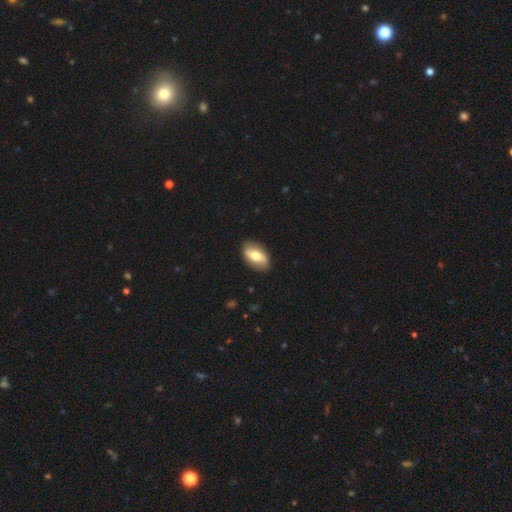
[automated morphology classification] type=smooth (60%); roundness=in between (91%); merging=none (87%).